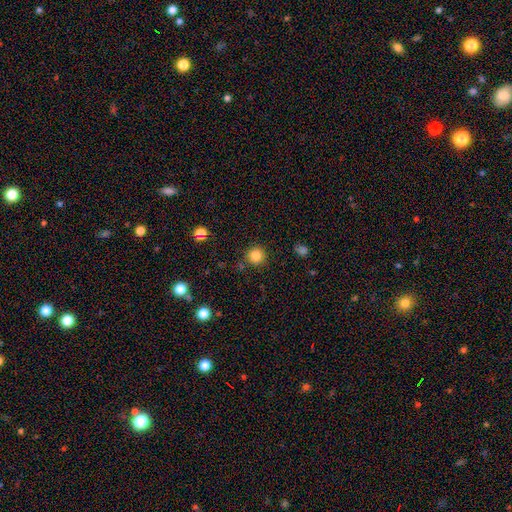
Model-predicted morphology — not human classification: smooth_or_featured: smooth (p=0.83) [alt: star or artifact p=0.12]
how_rounded: round (p=0.95) [alt: in between p=0.04]
merging: none (p=0.87) [alt: minor disturbance p=0.07]